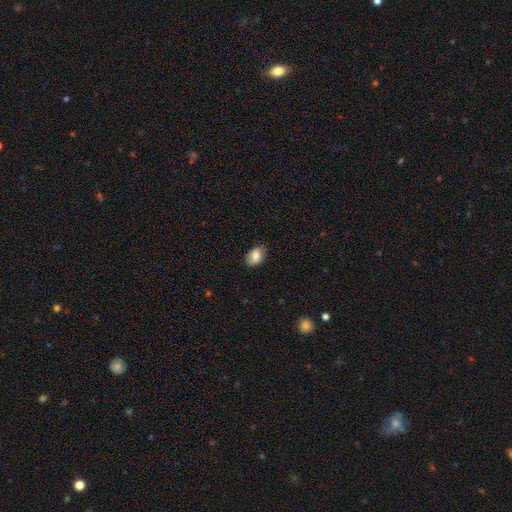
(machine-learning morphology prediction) Q: Smooth or featured?
A: smooth (80%); runner-up: featured or disk (12%)
Q: How rounded?
A: in between (82%); runner-up: round (17%)
Q: Merging?
A: none (83%); runner-up: minor disturbance (13%)